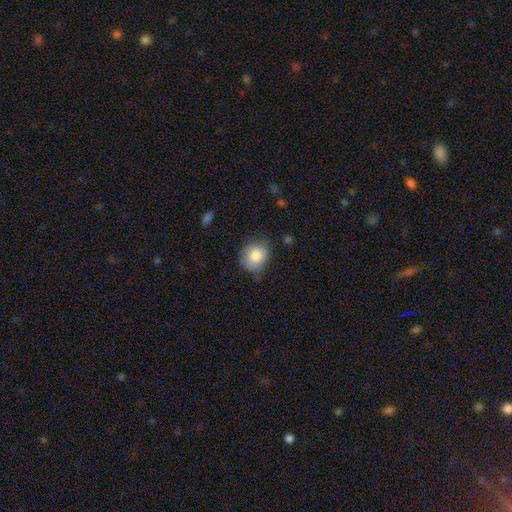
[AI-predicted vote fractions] smooth_or_featured: smooth (p=0.82) [alt: featured or disk p=0.09]
how_rounded: round (p=0.64) [alt: in between p=0.35]
merging: none (p=0.69) [alt: minor disturbance p=0.25]